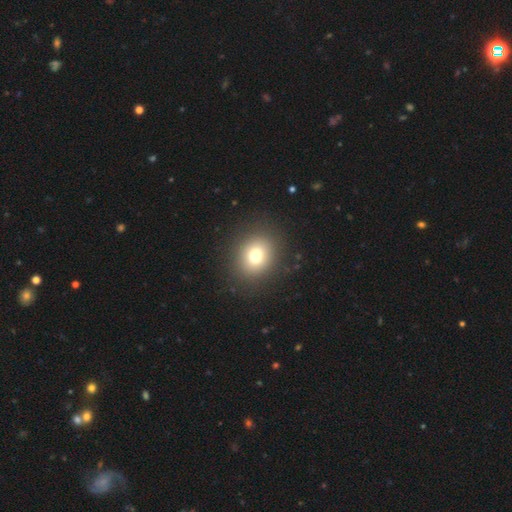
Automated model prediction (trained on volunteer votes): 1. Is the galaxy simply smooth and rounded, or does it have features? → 75% smooth, 14% star or artifact, 12% featured or disk.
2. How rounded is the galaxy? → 68% round, 31% in between, 1% cigar-shaped.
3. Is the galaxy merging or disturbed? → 88% none, 7% minor disturbance, 4% major disturbance, 1% merger.